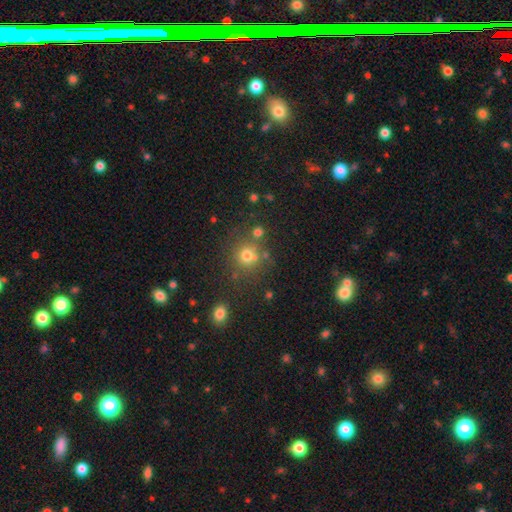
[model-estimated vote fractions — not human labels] Morphology: type=smooth (64%); roundness=round (89%); merging=none (73%).